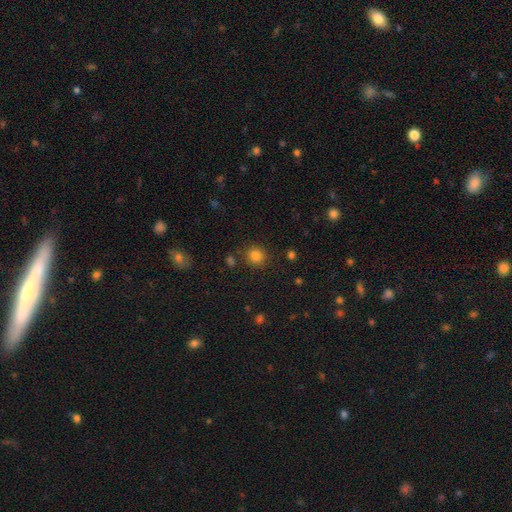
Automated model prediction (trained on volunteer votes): smooth 83%, star or artifact 12%, featured or disk 5%. Down the decision tree: how rounded — round (88%); merging — none (85%).